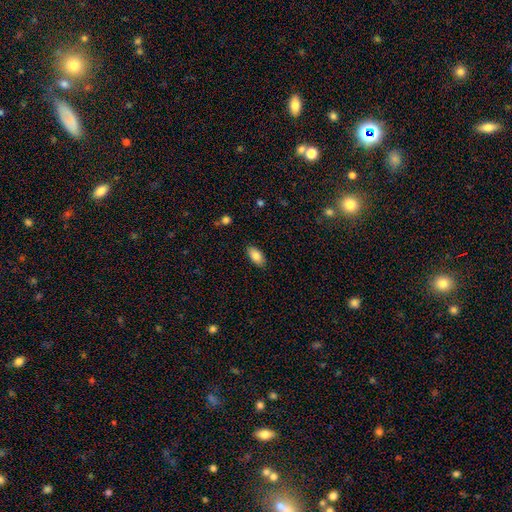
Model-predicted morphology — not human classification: A smooth galaxy with no disk features (84%) that is in between round and cigar-shaped (93%).

Vote fractions:
- Smooth or featured? smooth: 84% / featured or disk: 9% / star or artifact: 7%
- How rounded? in between: 93% / cigar-shaped: 4% / round: 3%
- Merging? none: 86% / minor disturbance: 10% / major disturbance: 2% / merger: 1%